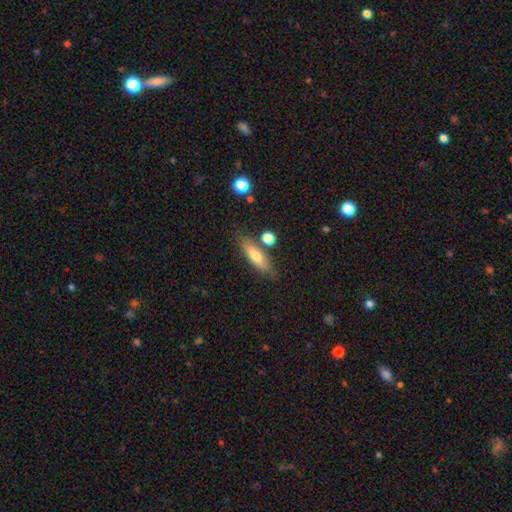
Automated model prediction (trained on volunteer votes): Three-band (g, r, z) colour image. It shows a smooth galaxy with no disk features (67%) that is cigar-shaped (55%). Merging: none (76%).